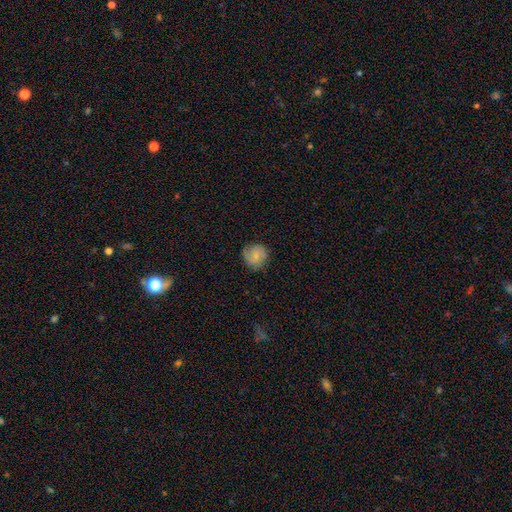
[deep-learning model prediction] Q: Smooth or featured?
A: smooth (65%); runner-up: featured or disk (28%)
Q: How rounded?
A: round (88%); runner-up: in between (11%)
Q: Merging?
A: none (78%); runner-up: minor disturbance (16%)